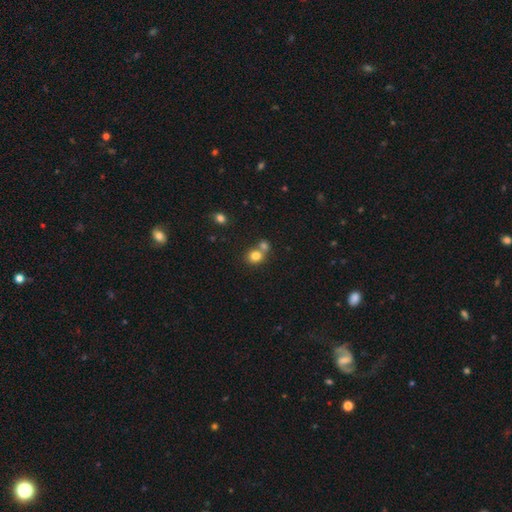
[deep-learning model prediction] Morphology: type=smooth (80%); roundness=round (75%); merging=none (47%).